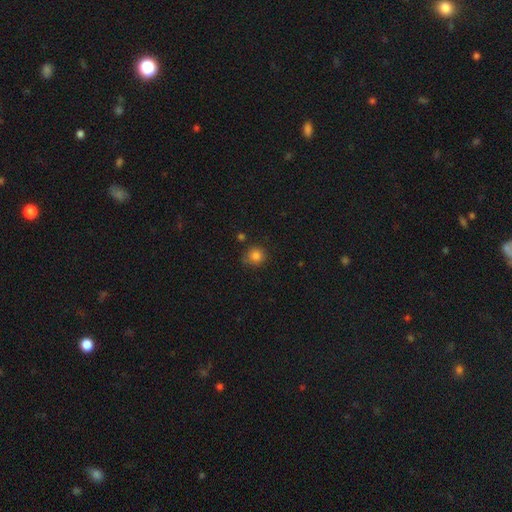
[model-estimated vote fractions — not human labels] Smooth or featured?
  - smooth: 83% *
  - star or artifact: 12%
  - featured or disk: 6%
How rounded?
  - round: 88% *
  - in between: 11%
  - cigar-shaped: 1%
Merging?
  - none: 76% *
  - minor disturbance: 17%
  - merger: 4%
  - major disturbance: 4%